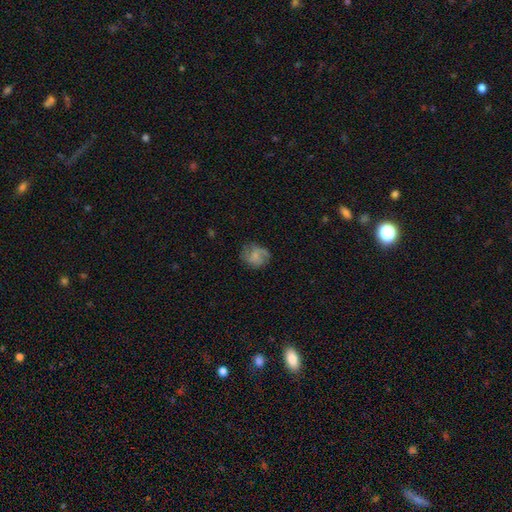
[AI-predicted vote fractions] Smooth or featured? Predicted: featured or disk (p=0.51). Edge-on disk? Predicted: no (p=0.98). Merging? Predicted: none (p=0.66).